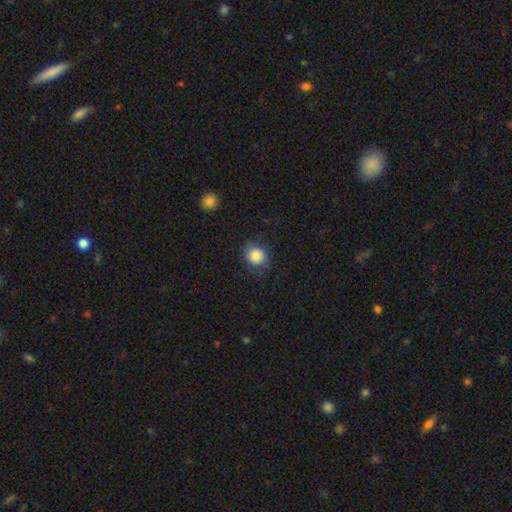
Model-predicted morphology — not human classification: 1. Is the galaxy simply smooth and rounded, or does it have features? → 84% smooth, 9% star or artifact, 7% featured or disk.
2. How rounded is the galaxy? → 79% round, 20% in between, 1% cigar-shaped.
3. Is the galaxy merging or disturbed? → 78% none, 16% minor disturbance, 5% major disturbance, 1% merger.